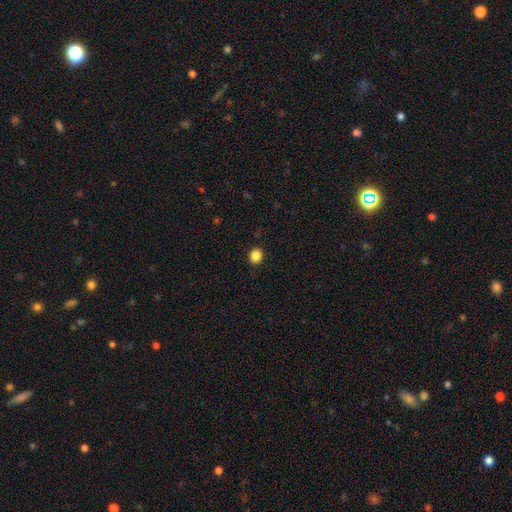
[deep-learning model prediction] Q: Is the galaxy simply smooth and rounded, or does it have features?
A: smooth — 86%.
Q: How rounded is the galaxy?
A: round — 75%.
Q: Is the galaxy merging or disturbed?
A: none — 91%.